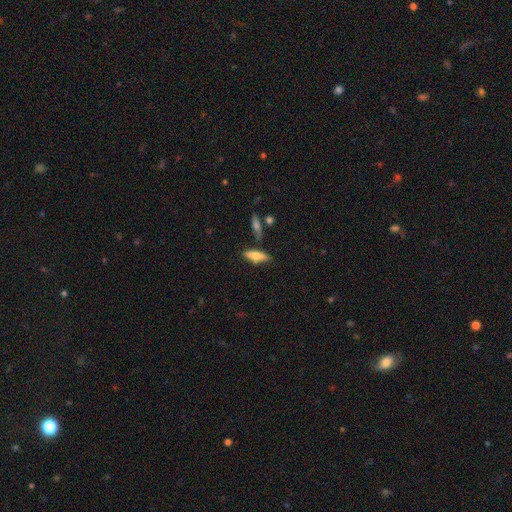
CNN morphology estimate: Smooth or featured? smooth (65%)
How rounded? cigar-shaped (52%)
Merging? none (65%)